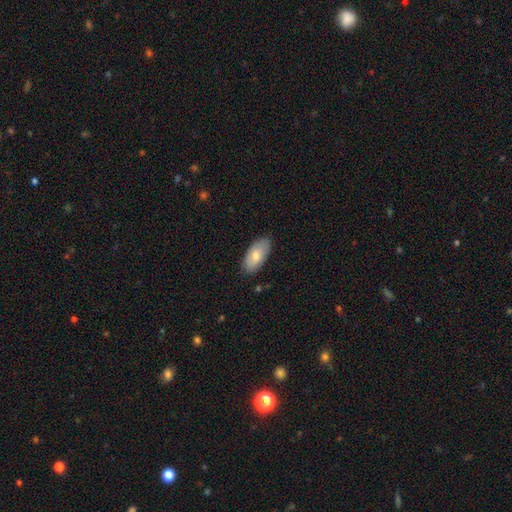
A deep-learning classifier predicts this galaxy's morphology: smooth 76%, featured or disk 18%, star or artifact 6%. Down the decision tree: how rounded — in between (93%); merging — none (84%).